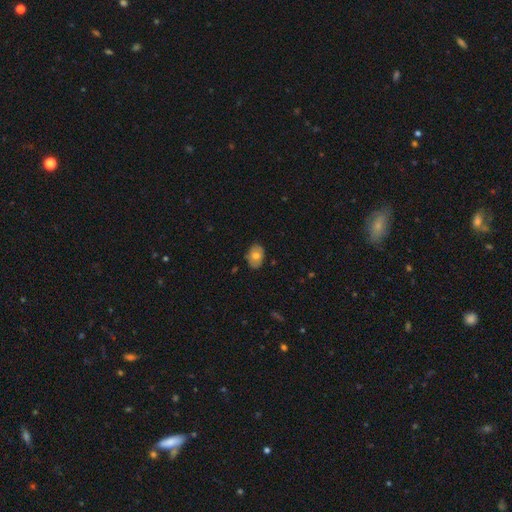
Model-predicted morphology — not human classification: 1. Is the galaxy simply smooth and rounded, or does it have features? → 66% smooth, 27% featured or disk, 7% star or artifact.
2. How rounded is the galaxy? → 78% in between, 21% round, 1% cigar-shaped.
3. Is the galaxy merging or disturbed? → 84% none, 13% minor disturbance, 2% major disturbance, 1% merger.